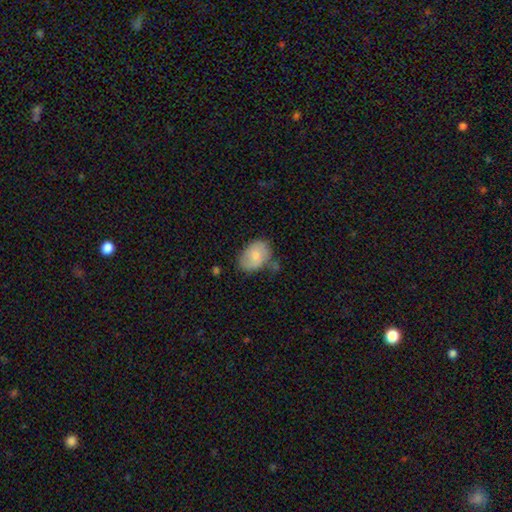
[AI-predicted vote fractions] This appears to be a smooth galaxy with no disk features (73%) that is in between round and cigar-shaped (77%). Merging: none (50%).